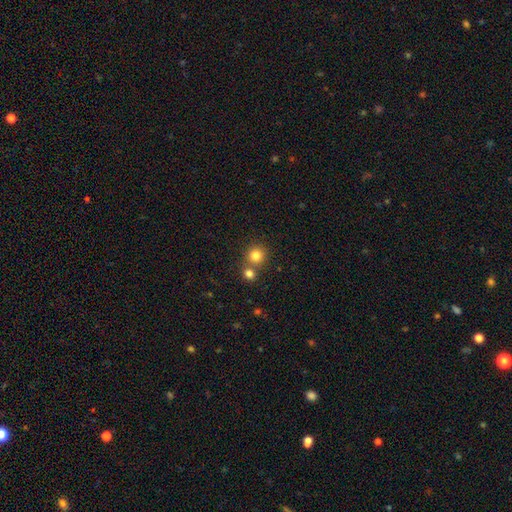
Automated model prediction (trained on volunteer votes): Q: Smooth or featured?
A: smooth (82%); runner-up: star or artifact (12%)
Q: How rounded?
A: round (91%); runner-up: in between (8%)
Q: Merging?
A: none (64%); runner-up: merger (28%)